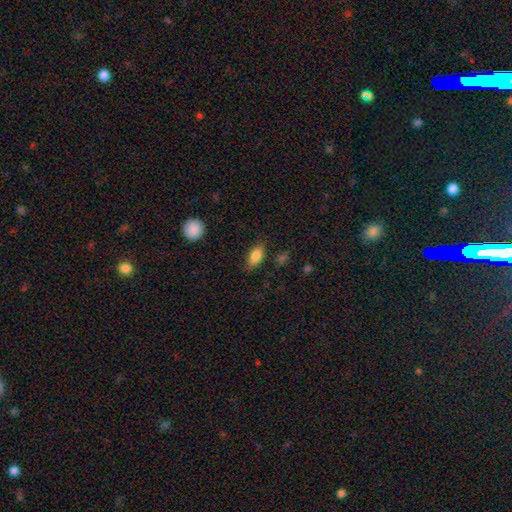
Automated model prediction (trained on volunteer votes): The model was most divided on "merging": none: 77%, minor disturbance: 17%, major disturbance: 4%, merger: 2%. More confident: how rounded — in between (87%); smooth or featured — smooth (83%).